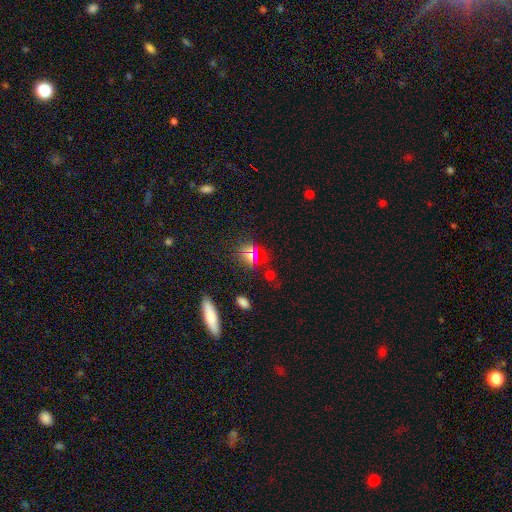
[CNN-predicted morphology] Overall: smooth (51%; star or artifact 39%). How rounded: round (70%). Merging: none (80%).